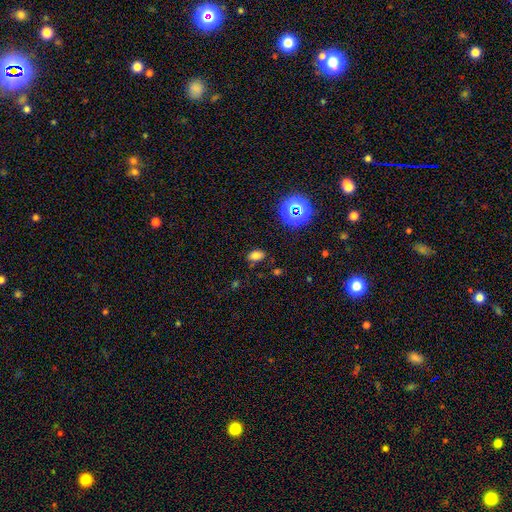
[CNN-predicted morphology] smooth_or_featured: smooth (p=0.74) [alt: star or artifact p=0.19]
how_rounded: in between (p=0.84) [alt: round p=0.15]
merging: none (p=0.80) [alt: minor disturbance p=0.14]